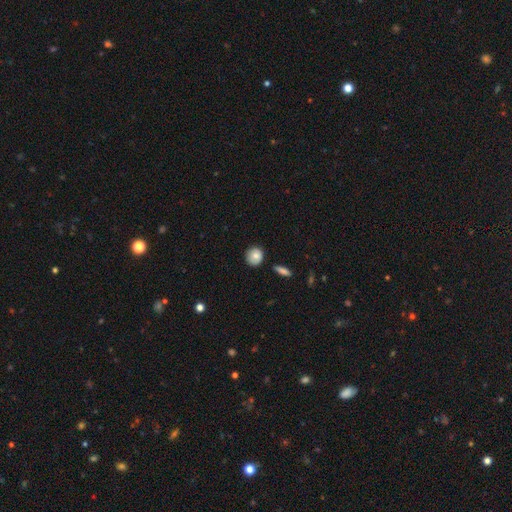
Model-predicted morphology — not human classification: A smooth galaxy with no disk features (77%) that is round (89%). Merging: none (85%).